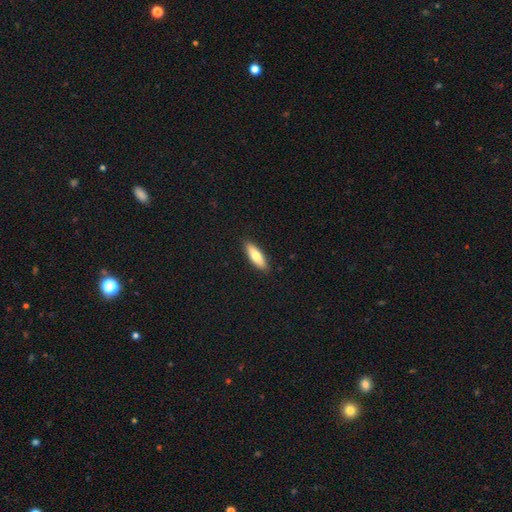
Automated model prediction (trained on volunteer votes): This is likely a smooth galaxy (74%). How rounded: possibly in between (53%). Merging: clearly none (89%).